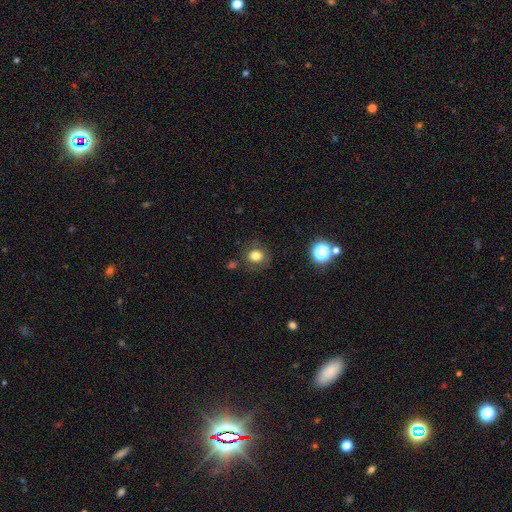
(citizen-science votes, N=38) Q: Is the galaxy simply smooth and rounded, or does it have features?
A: smooth — 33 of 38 (87%).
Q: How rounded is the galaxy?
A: round — 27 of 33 (82%).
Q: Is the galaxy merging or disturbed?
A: none — 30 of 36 (83%).